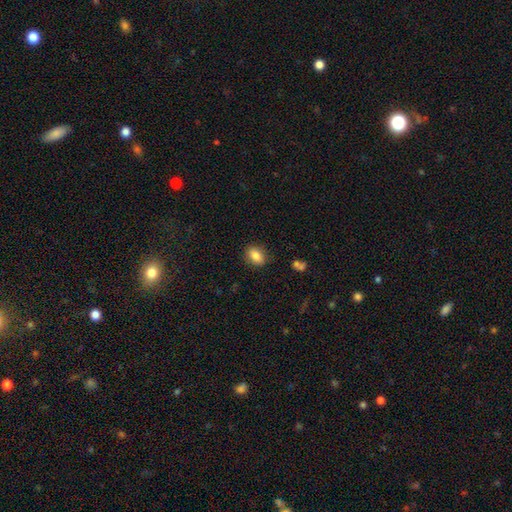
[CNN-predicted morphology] smooth 83%, star or artifact 9%, featured or disk 9%. Down the decision tree: how rounded — in between (76%); merging — none (86%).